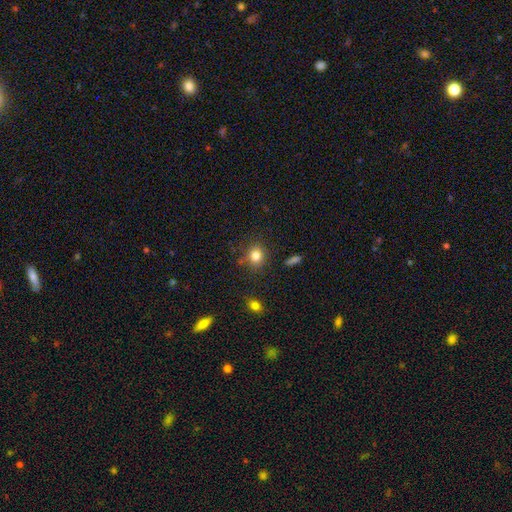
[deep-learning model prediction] smooth 82%, star or artifact 11%, featured or disk 6%. Down the decision tree: how rounded — round (76%); merging — none (81%).